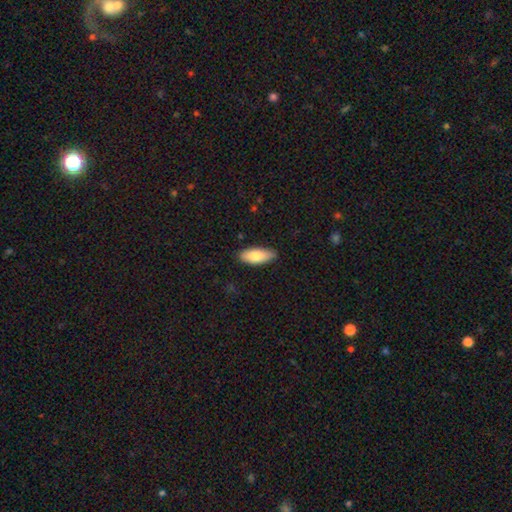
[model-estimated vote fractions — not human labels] Morphology: type=smooth (81%); roundness=in between (81%); merging=none (86%).